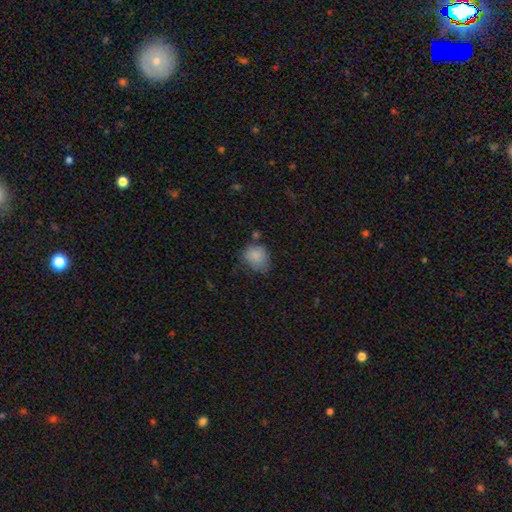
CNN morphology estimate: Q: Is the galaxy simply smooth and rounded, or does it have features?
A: smooth — 83%.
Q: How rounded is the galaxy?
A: round — 59%.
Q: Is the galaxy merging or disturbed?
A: none — 55%.